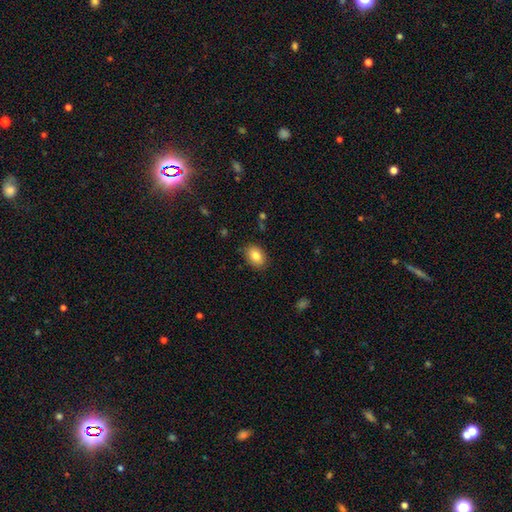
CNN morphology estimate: Smooth or featured? smooth (84%)
How rounded? in between (79%)
Merging? none (86%)